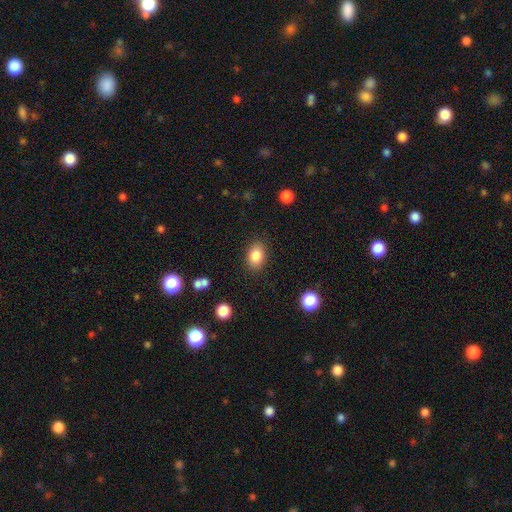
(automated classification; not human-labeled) Smooth or featured? Predicted: smooth (p=0.83). How rounded? Predicted: in between (p=0.78). Merging? Predicted: none (p=0.86).